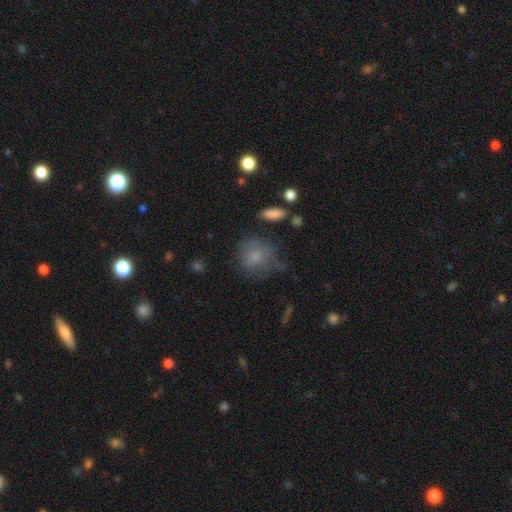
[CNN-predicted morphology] Smooth or featured: smooth — 72% (featured or disk — 17%)
How rounded: round — 74% (in between — 25%)
Merging: none — 49% (minor disturbance — 29%)